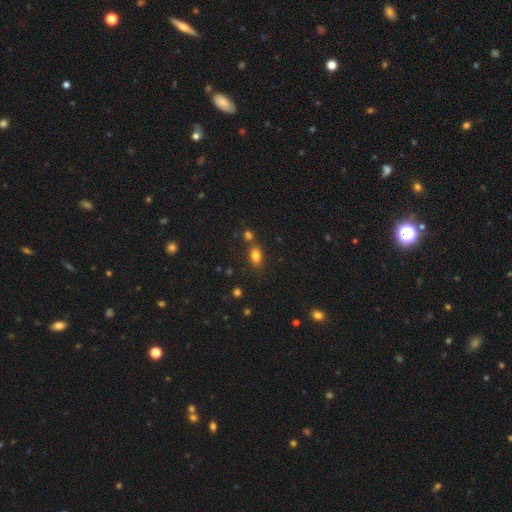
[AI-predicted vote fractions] Smooth or featured?
  - smooth: 81% *
  - star or artifact: 12%
  - featured or disk: 7%
How rounded?
  - in between: 78% *
  - round: 20%
  - cigar-shaped: 3%
Merging?
  - none: 66% *
  - merger: 18%
  - minor disturbance: 12%
  - major disturbance: 4%